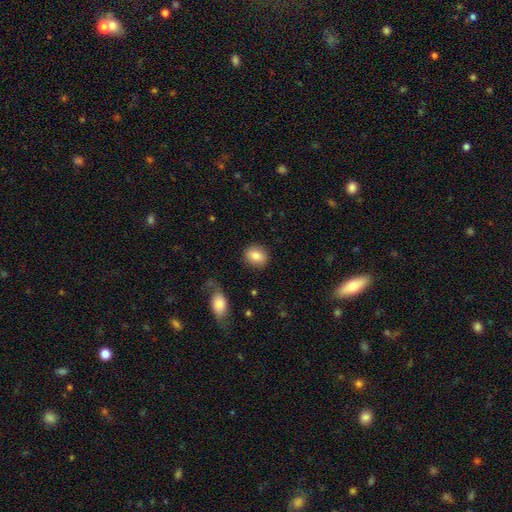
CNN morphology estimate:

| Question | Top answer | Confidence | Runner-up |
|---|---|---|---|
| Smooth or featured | smooth | 84% | featured or disk (8%) |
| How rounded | round | 52% | in between (46%) |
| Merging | none | 86% | minor disturbance (9%) |